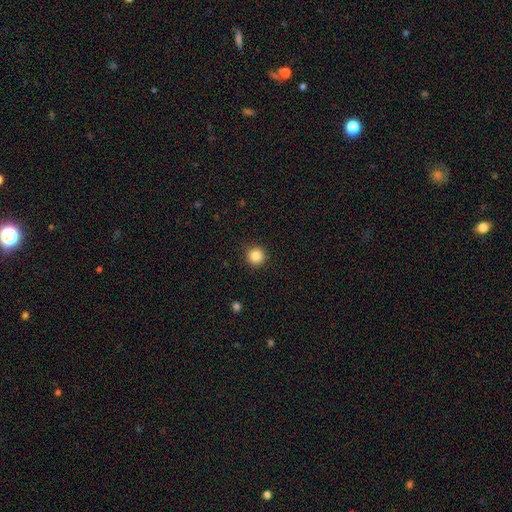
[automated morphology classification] Q: Smooth or featured?
A: smooth (85%); runner-up: star or artifact (10%)
Q: How rounded?
A: round (95%); runner-up: in between (4%)
Q: Merging?
A: none (91%); runner-up: minor disturbance (6%)